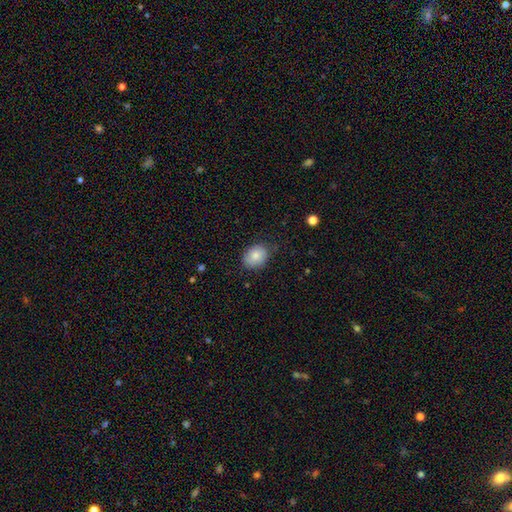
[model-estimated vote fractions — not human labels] The model was most divided on "how rounded": in between: 64%, round: 35%, cigar-shaped: 1%. More confident: smooth or featured — smooth (84%); merging — none (79%).